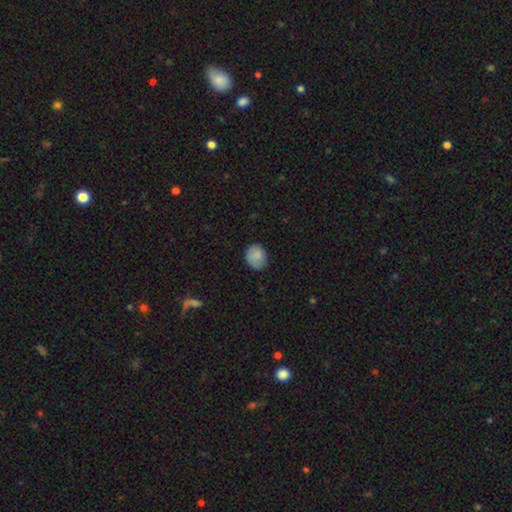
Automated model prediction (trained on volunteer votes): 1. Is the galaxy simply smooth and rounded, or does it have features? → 86% smooth, 8% star or artifact, 6% featured or disk.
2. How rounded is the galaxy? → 58% round, 41% in between, 1% cigar-shaped.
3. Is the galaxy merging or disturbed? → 76% none, 19% minor disturbance, 4% major disturbance, 1% merger.